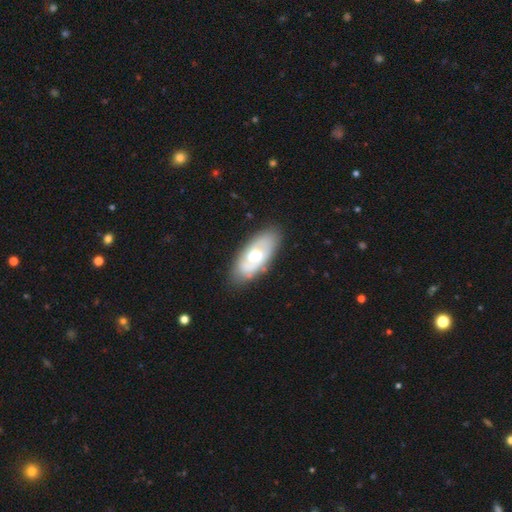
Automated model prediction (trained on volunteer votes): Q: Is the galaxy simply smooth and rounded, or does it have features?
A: featured or disk — 60%.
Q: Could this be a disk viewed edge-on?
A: no — 90%.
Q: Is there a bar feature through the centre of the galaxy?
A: no — 45%.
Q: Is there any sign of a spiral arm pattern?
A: yes — 66%.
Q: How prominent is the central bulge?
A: moderate — 63%.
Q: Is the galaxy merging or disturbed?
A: none — 79%.